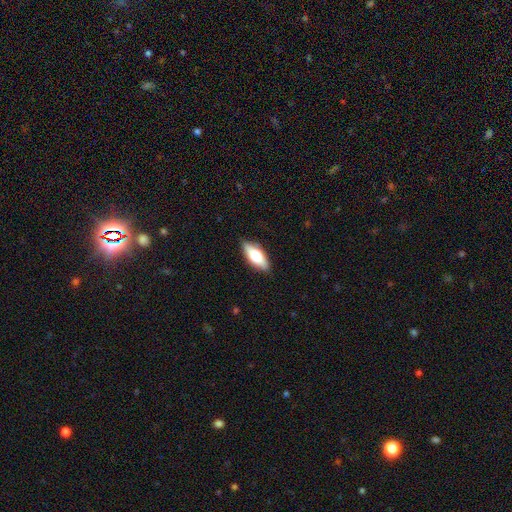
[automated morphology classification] A smooth galaxy with no disk features (62%) that is in between round and cigar-shaped (75%).

Vote fractions:
- Smooth or featured? smooth: 62% / featured or disk: 32% / star or artifact: 6%
- How rounded? in between: 75% / cigar-shaped: 23% / round: 3%
- Merging? none: 87% / minor disturbance: 10% / major disturbance: 2% / merger: 1%